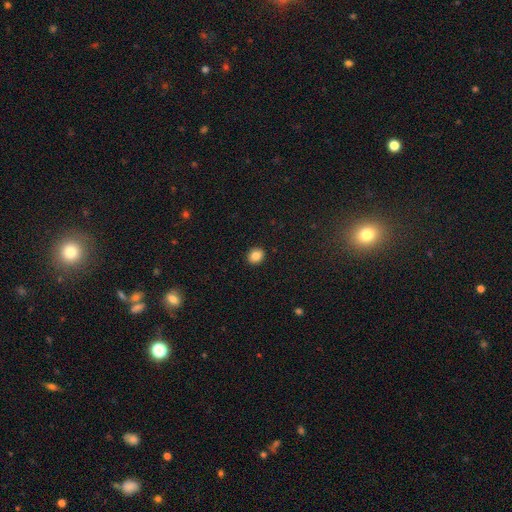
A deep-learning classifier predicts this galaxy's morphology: This appears to be a smooth galaxy with no disk features (85%) that is round (68%). Merging: none (92%).